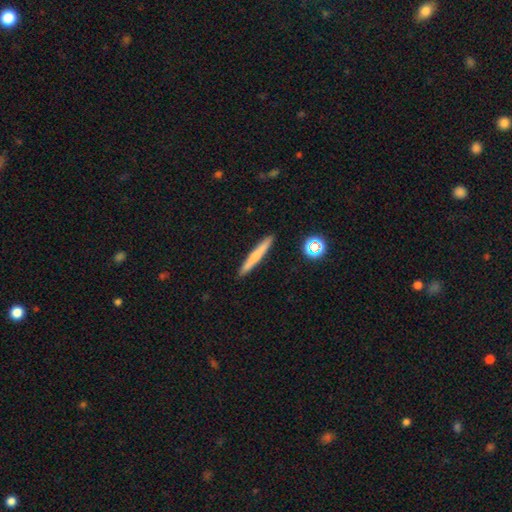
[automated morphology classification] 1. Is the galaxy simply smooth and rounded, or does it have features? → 58% smooth, 34% featured or disk, 8% star or artifact.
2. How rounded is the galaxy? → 95% cigar-shaped, 3% in between, 2% round.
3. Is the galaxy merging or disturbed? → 91% none, 6% minor disturbance, 1% major disturbance, 1% merger.